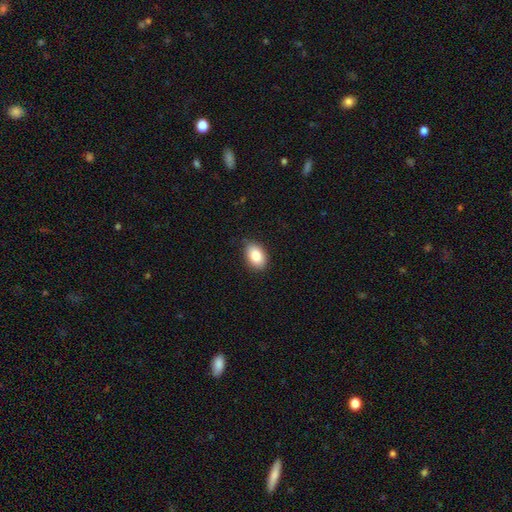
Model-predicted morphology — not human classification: The model was most divided on "merging": none: 79%, minor disturbance: 18%, major disturbance: 3%, merger: 1%. More confident: smooth or featured — smooth (84%); how rounded — in between (84%).